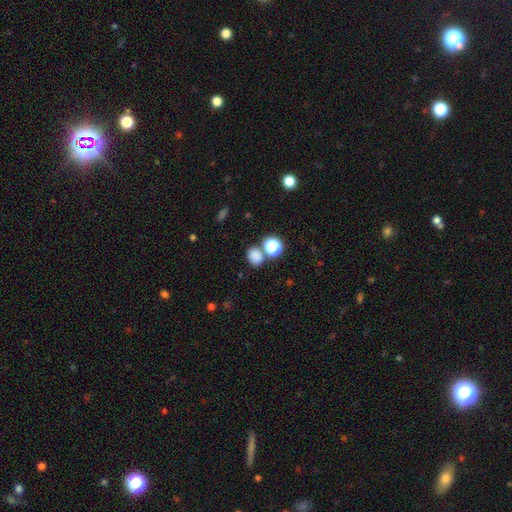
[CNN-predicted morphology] smooth 79%, star or artifact 16%, featured or disk 5%. Down the decision tree: how rounded — round (59%); merging — none (67%).